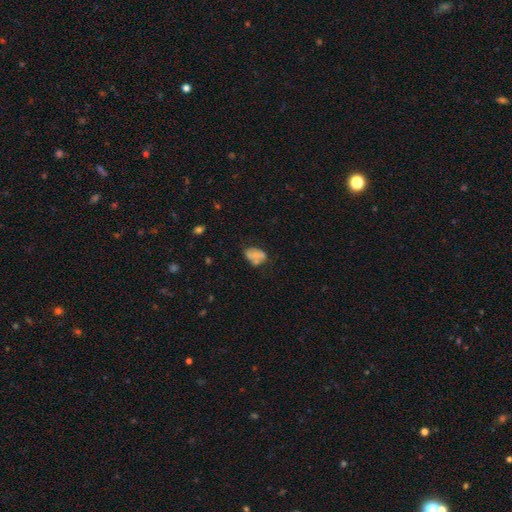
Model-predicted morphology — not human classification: Smooth or featured? smooth (58%)
How rounded? in between (82%)
Merging? none (43%)